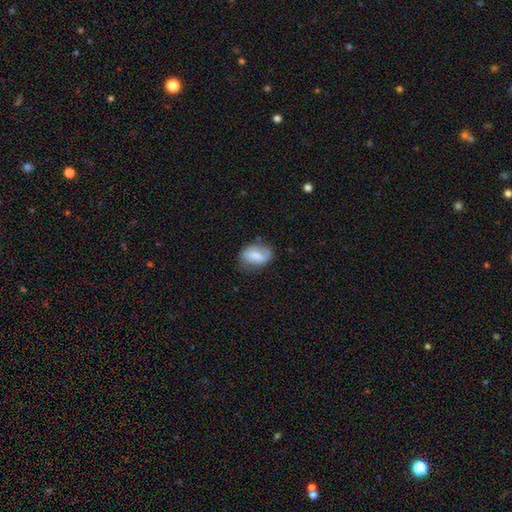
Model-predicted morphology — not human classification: The model was most divided on "smooth or featured": smooth: 61%, featured or disk: 32%, star or artifact: 7%. More confident: how rounded — in between (81%); merging — none (64%).